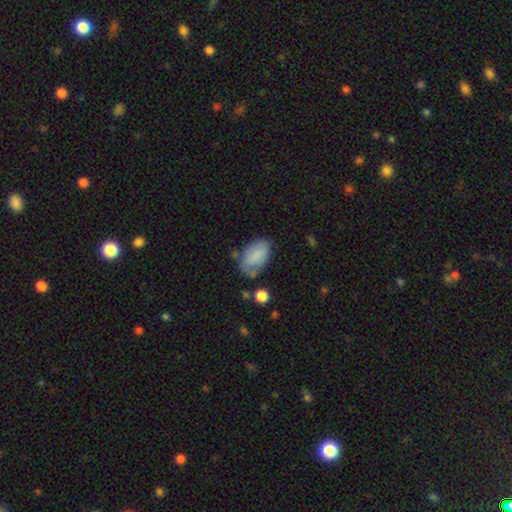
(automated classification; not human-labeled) A smooth galaxy with no disk features (78%) that is in between round and cigar-shaped (92%).

Vote fractions:
- Smooth or featured? smooth: 78% / featured or disk: 15% / star or artifact: 7%
- How rounded? in between: 92% / round: 7% / cigar-shaped: 2%
- Merging? none: 57% / minor disturbance: 27% / major disturbance: 9% / merger: 7%